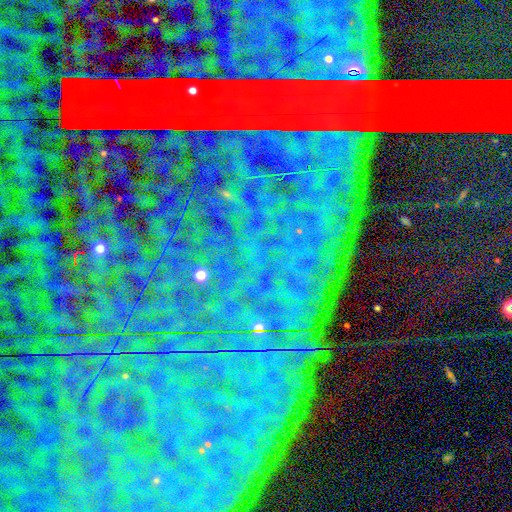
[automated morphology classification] Q: Smooth or featured?
A: star or artifact (86%); runner-up: featured or disk (7%)